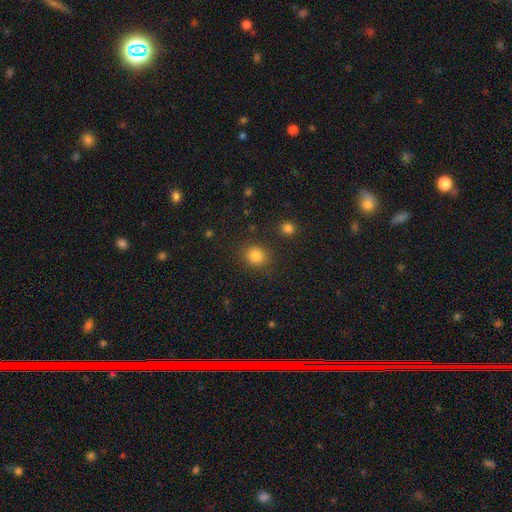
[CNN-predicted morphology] This is clearly a smooth galaxy (84%). How rounded: likely round (74%). Merging: clearly none (85%).